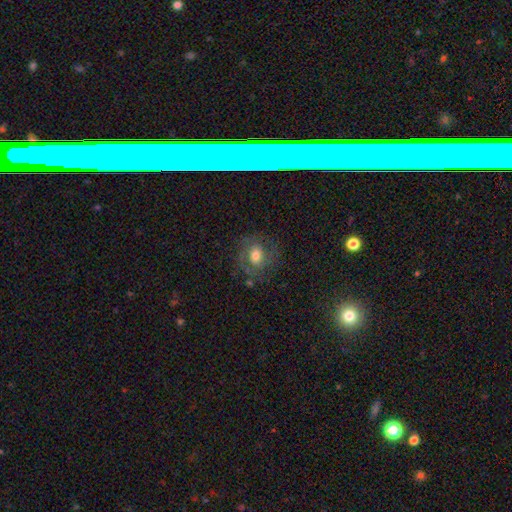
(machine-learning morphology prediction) The model was most divided on "smooth or featured": smooth: 49%, featured or disk: 40%, star or artifact: 11%. More confident: merging — none (69%).